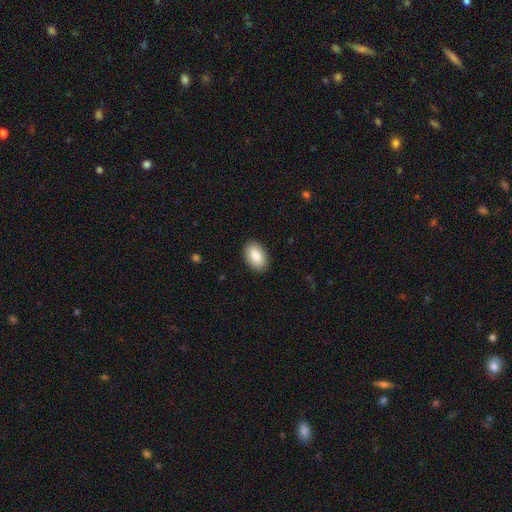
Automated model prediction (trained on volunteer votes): smooth_or_featured: smooth (p=0.85) [alt: featured or disk p=0.08]
how_rounded: in between (p=0.92) [alt: round p=0.06]
merging: none (p=0.90) [alt: minor disturbance p=0.07]